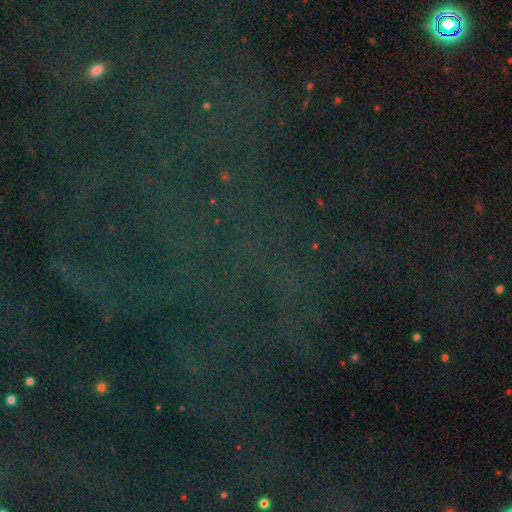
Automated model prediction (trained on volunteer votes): This is clearly a star or artifact rather than a galaxy (81%).